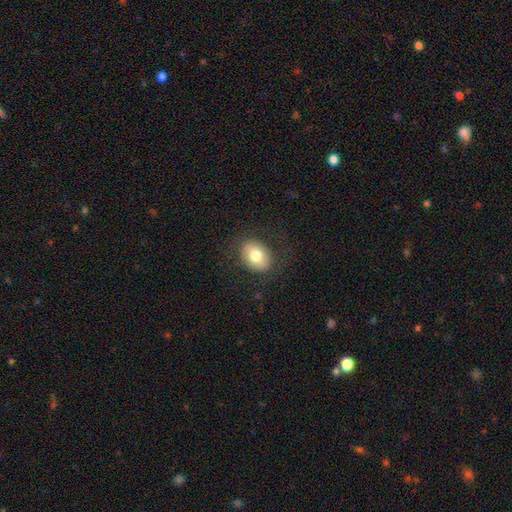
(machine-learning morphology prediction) type=smooth (76%); roundness=in between (69%); merging=none (82%).